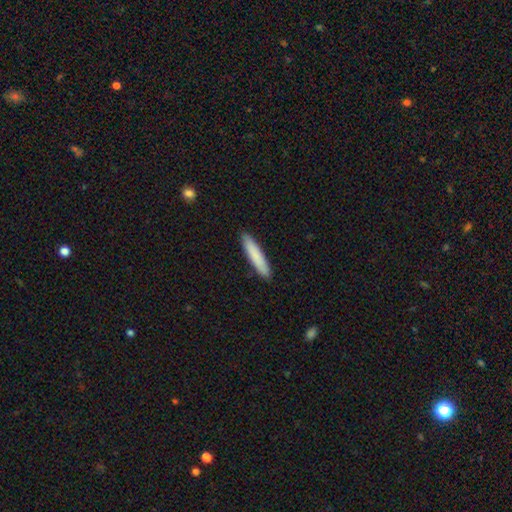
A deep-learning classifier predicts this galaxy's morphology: smooth_or_featured: smooth (p=0.83) [alt: featured or disk p=0.11]
how_rounded: cigar-shaped (p=0.90) [alt: in between p=0.09]
merging: none (p=0.91) [alt: minor disturbance p=0.07]